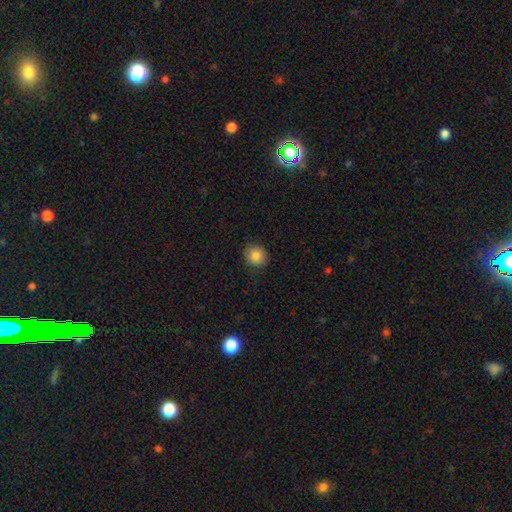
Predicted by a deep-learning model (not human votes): Smooth or featured? smooth (85%)
How rounded? round (88%)
Merging? none (89%)